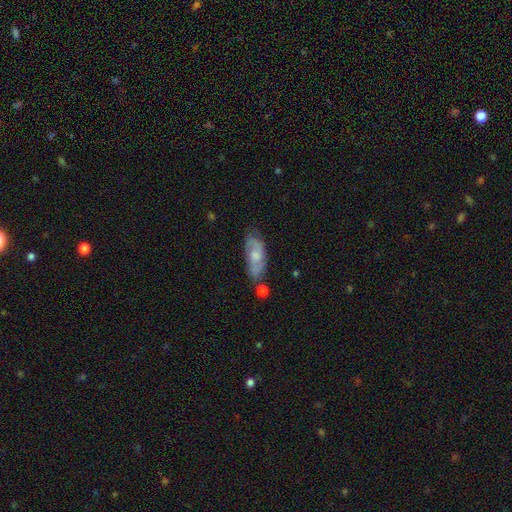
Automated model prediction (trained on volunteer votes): smooth_or_featured: featured or disk (p=0.52) [alt: smooth p=0.41]
disk_edge_on: no (p=0.84) [alt: yes p=0.16]
merging: none (p=0.61) [alt: minor disturbance p=0.24]